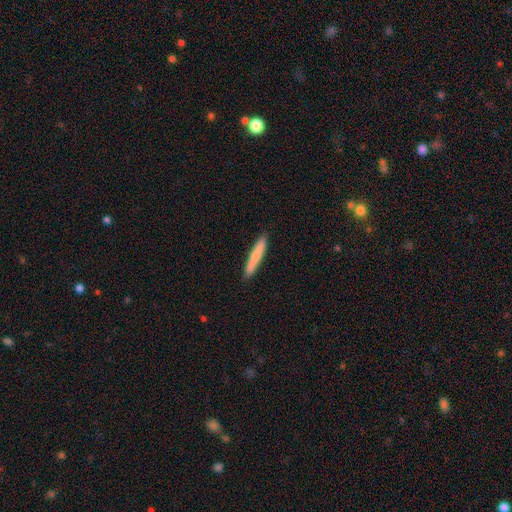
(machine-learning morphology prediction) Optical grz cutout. It shows a smooth galaxy with no disk features (76%) that is cigar-shaped (95%). Merging: none (91%).